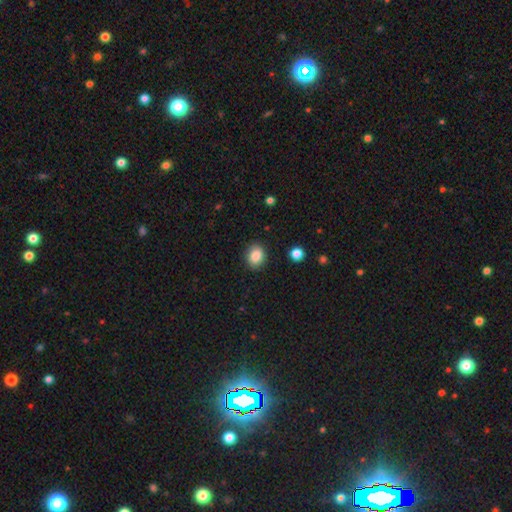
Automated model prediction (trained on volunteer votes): A smooth galaxy with no disk features (86%) that is round (51%). Merging: none (88%).